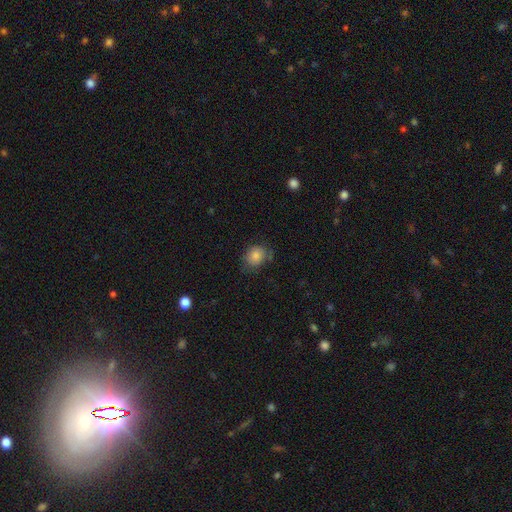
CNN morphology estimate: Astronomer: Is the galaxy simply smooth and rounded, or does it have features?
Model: smooth — 83%.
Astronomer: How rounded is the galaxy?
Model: round — 56% (runner-up: in between, 43%).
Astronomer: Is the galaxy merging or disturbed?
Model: none — 67%.